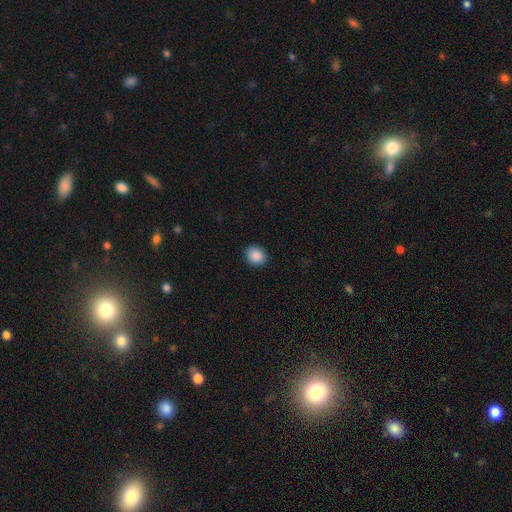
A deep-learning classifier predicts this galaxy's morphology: Overall: smooth (88%). How rounded: round (73%). Merging: none (90%).